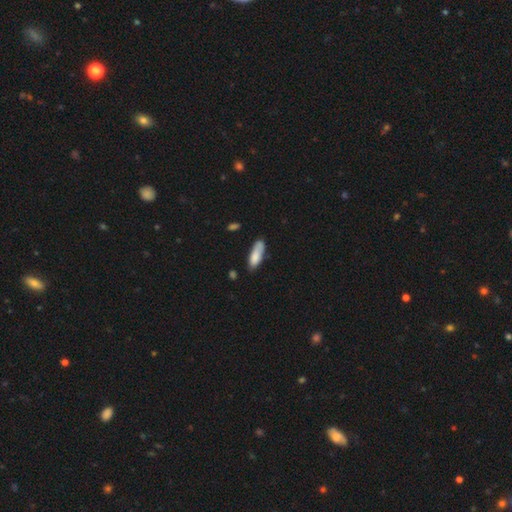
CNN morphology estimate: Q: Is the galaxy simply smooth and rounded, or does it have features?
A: smooth — 82%.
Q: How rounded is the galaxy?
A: in between — 56%.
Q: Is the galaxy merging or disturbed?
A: none — 59%.